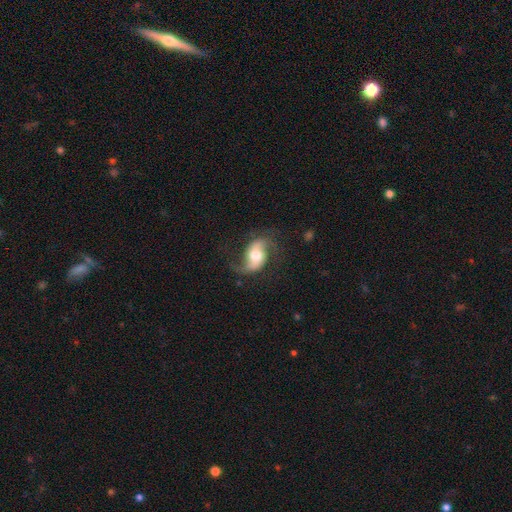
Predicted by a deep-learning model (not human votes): The model was most divided on "bar": no: 42%, weak: 36%, strong: 22%. More confident: edge-on disk — no (96%); spiral arms — yes (93%); spiral arm count — 2 (90%); smooth or featured — featured or disk (77%); merging — none (66%); spiral winding — loose (61%); bulge size — moderate (60%).